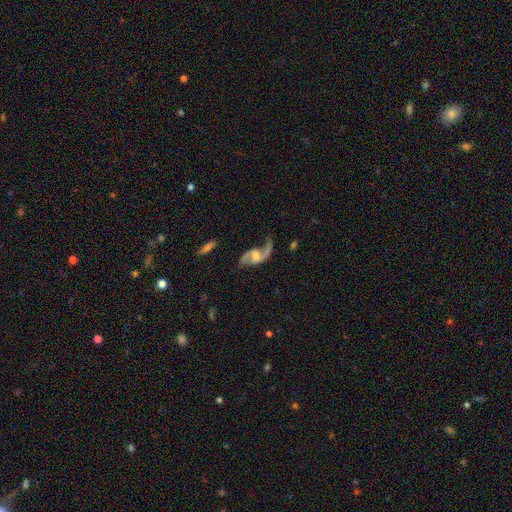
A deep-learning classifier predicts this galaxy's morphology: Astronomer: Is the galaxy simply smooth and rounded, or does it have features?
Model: featured or disk — 89%.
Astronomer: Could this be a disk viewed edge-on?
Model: no — 96%.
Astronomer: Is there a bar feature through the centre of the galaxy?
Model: weak — 49% (runner-up: no, 37%).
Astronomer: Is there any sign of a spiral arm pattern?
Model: yes — 96%.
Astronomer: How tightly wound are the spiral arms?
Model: loose — 76%.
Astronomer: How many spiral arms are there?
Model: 2 — 89%.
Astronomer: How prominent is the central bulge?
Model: moderate — 45% (runner-up: small, 34%).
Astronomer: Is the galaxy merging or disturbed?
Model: none — 61%.